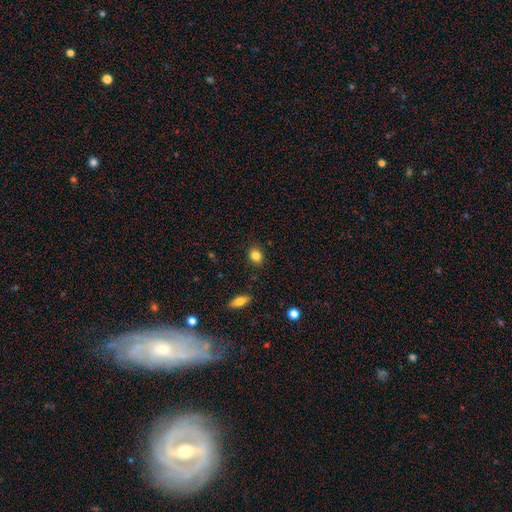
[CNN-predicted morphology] smooth-or-featured: smooth: 83% | star or artifact: 10% | featured or disk: 7%
  how-rounded: in between: 59% | round: 39% | cigar-shaped: 2%
  merging: none: 87% | minor disturbance: 9% | major disturbance: 2% | merger: 2%